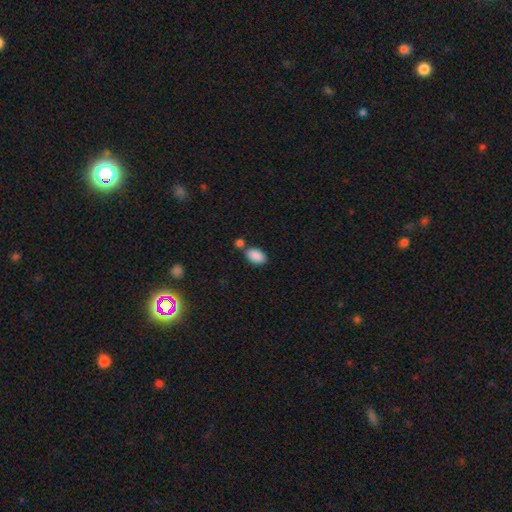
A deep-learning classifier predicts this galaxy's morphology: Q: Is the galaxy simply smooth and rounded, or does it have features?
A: smooth — 88%.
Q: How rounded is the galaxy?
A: in between — 92%.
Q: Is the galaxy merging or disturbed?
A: none — 66%.